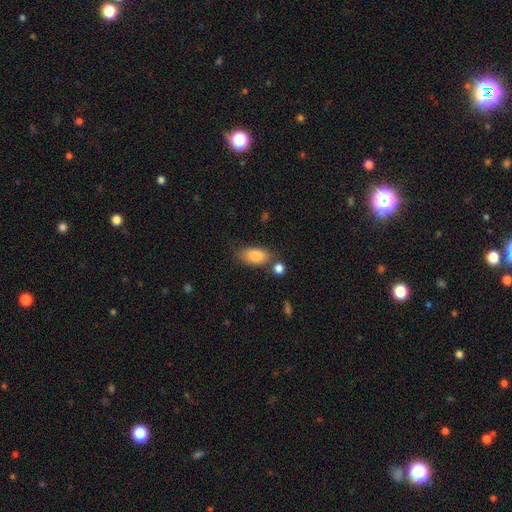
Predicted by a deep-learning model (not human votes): Smooth or featured? Predicted: smooth (p=0.85). How rounded? Predicted: in between (p=0.90). Merging? Predicted: none (p=0.70).